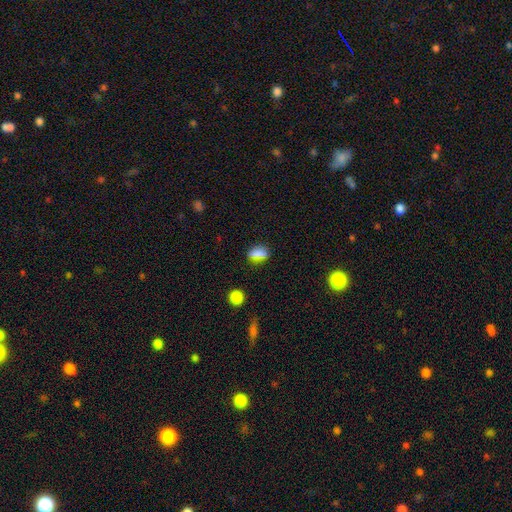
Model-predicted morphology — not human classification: The model was most divided on "how rounded": in between: 49%, round: 43%, cigar-shaped: 9%. More confident: merging — none (85%); smooth or featured — smooth (70%).